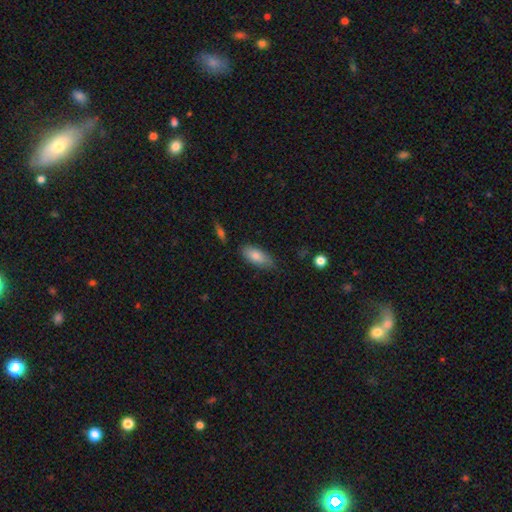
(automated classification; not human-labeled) A smooth galaxy with no disk features (80%) that is in between round and cigar-shaped (82%).

Vote fractions:
- Smooth or featured? smooth: 80% / featured or disk: 13% / star or artifact: 7%
- How rounded? in between: 82% / cigar-shaped: 15% / round: 2%
- Merging? none: 77% / minor disturbance: 18% / major disturbance: 3% / merger: 2%